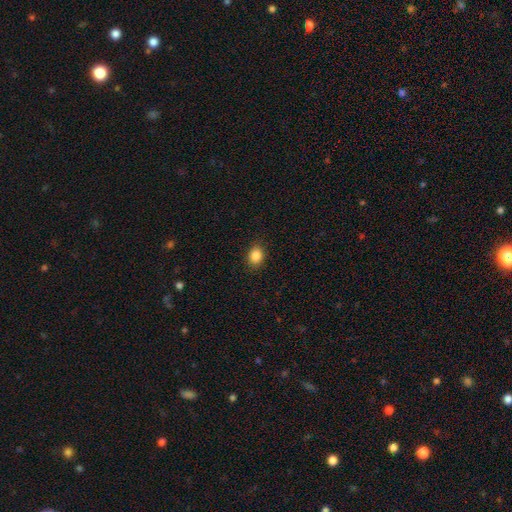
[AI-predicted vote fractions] The model was most divided on "how rounded": in between: 52%, round: 47%, cigar-shaped: 1%. More confident: merging — none (87%); smooth or featured — smooth (87%).